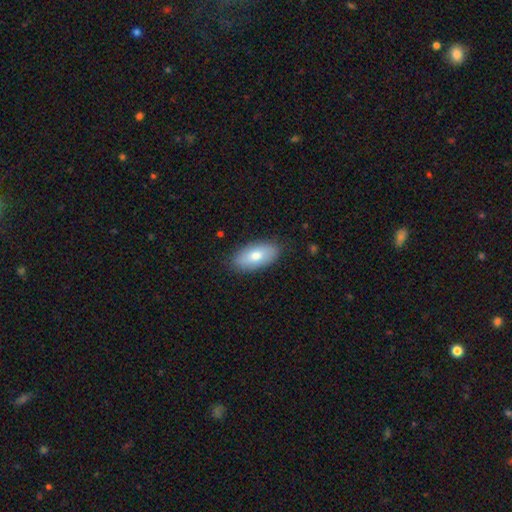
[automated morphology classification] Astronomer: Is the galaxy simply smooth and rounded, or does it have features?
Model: smooth — 75%.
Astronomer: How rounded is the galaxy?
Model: in between — 92%.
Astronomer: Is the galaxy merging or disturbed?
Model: none — 87%.